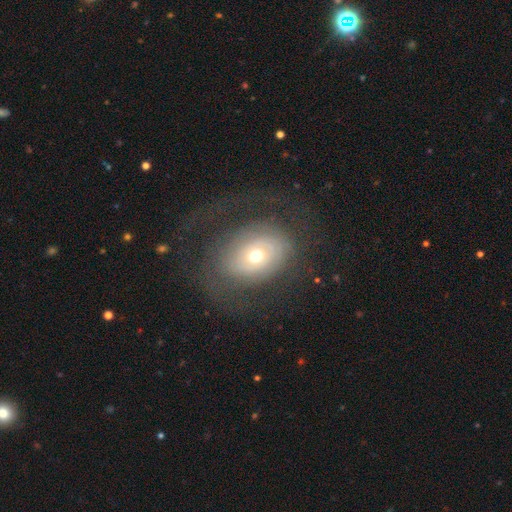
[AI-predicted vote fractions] Smooth or featured?
  - featured or disk: 51% *
  - smooth: 40%
  - star or artifact: 9%
Edge-on disk?
  - no: 93% *
  - yes: 7%
Merging?
  - none: 58% *
  - major disturbance: 25%
  - minor disturbance: 16%
  - merger: 1%